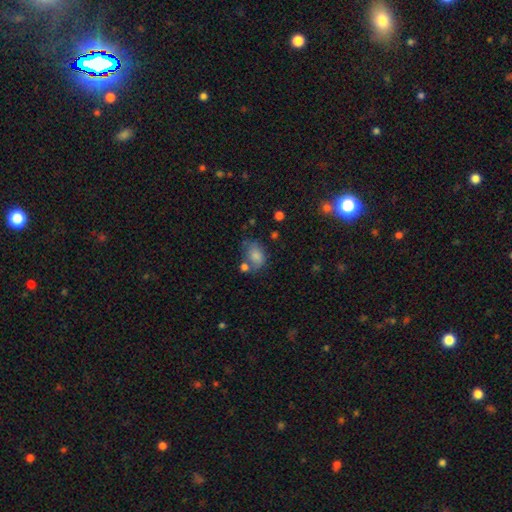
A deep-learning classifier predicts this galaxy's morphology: A smooth galaxy with no disk features (77%) that is in between round and cigar-shaped (76%). Merging: none (44%).